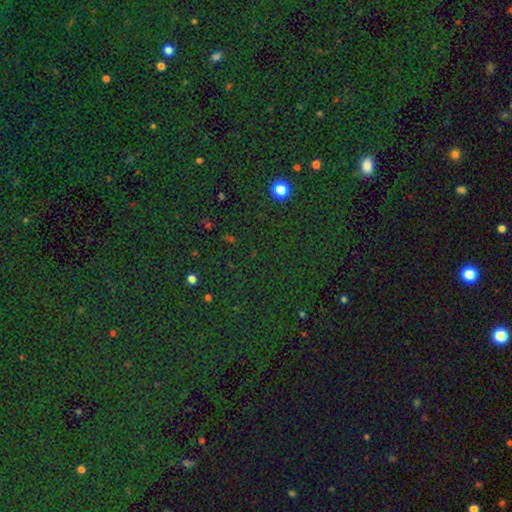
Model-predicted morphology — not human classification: smooth-or-featured: star or artifact: 81% | smooth: 12% | featured or disk: 7%